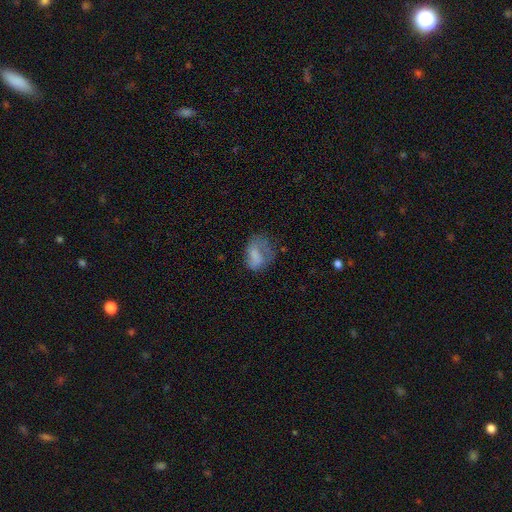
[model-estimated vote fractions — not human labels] Smooth or featured? smooth (61%)
How rounded? in between (75%)
Merging? major disturbance (36%)